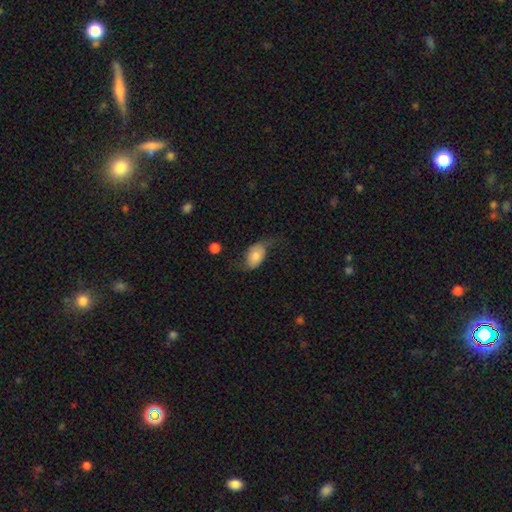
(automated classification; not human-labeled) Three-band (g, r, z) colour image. It shows a smooth galaxy with no disk features (61%) that is in between round and cigar-shaped (88%). Merging: none (44%).